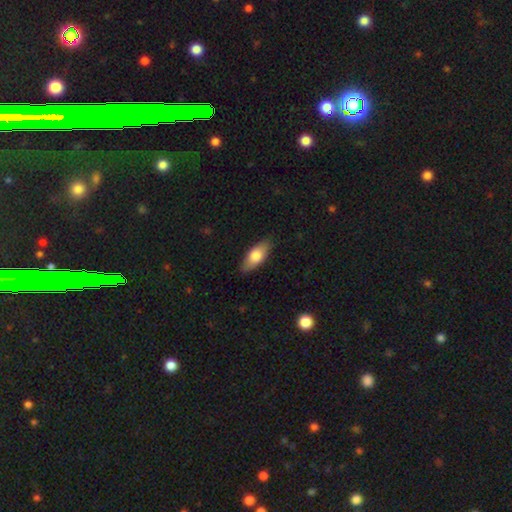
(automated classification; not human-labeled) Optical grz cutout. It shows a smooth galaxy with no disk features (72%) that is in between round and cigar-shaped (79%). Merging: none (86%).